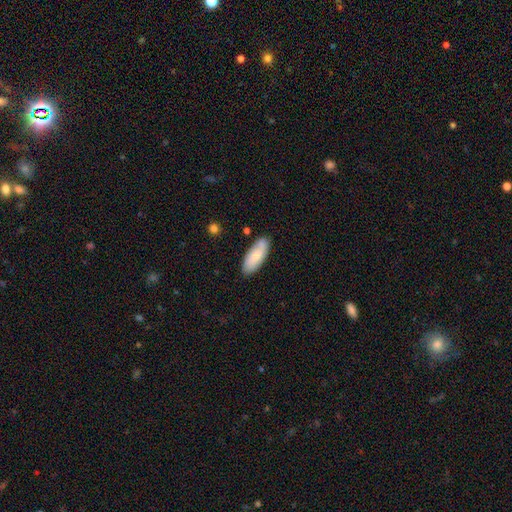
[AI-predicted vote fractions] A smooth galaxy with no disk features (73%) that is in between round and cigar-shaped (79%). Merging: none (81%).